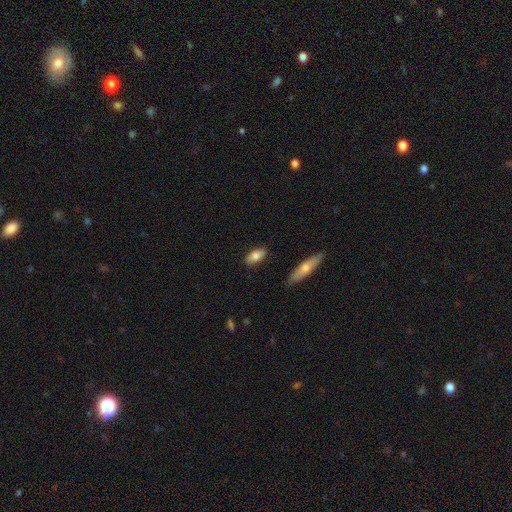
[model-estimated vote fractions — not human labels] This appears to be a smooth galaxy with no disk features (74%) that is in between round and cigar-shaped (83%). Merging: none (84%).